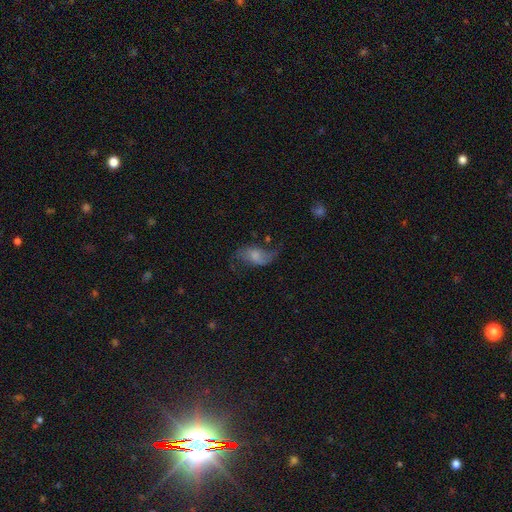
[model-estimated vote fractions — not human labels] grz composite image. It shows a featured or disk galaxy (60%) with no bar (51%), spiral arms (86%) and a moderate central bulge (38%). Merging: none (51%).